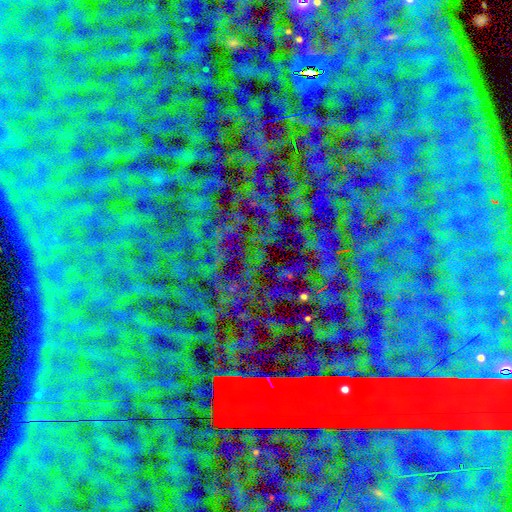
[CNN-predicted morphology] This appears to be a star or artifact, not a galaxy (85%).